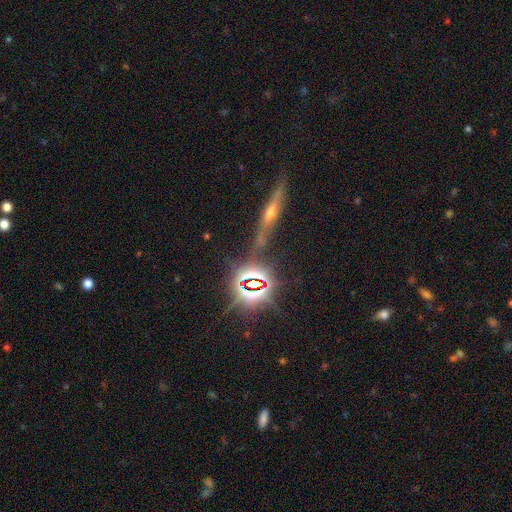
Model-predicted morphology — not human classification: This appears to be a featured or disk galaxy (45%). Merging: none (70%).